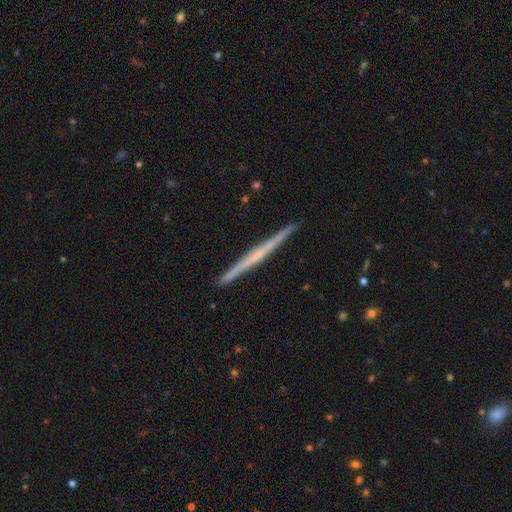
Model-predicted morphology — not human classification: This appears to be a featured or disk galaxy (71%) viewed edge-on (98%) with no central bulge (62%). Merging: none (93%).